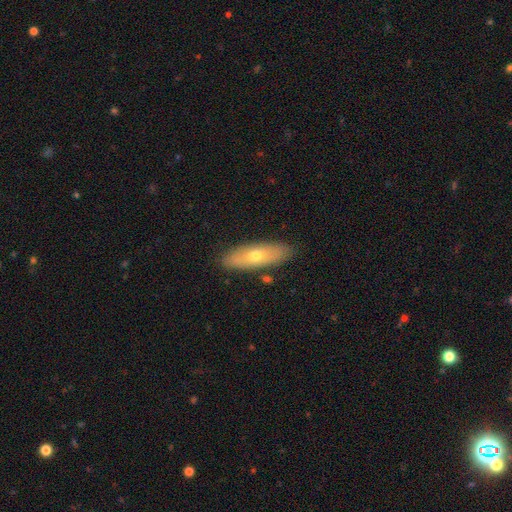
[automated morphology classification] Q: Smooth or featured?
A: smooth (51%); runner-up: featured or disk (42%)
Q: How rounded?
A: in between (51%); runner-up: cigar-shaped (46%)
Q: Merging?
A: none (86%); runner-up: minor disturbance (10%)